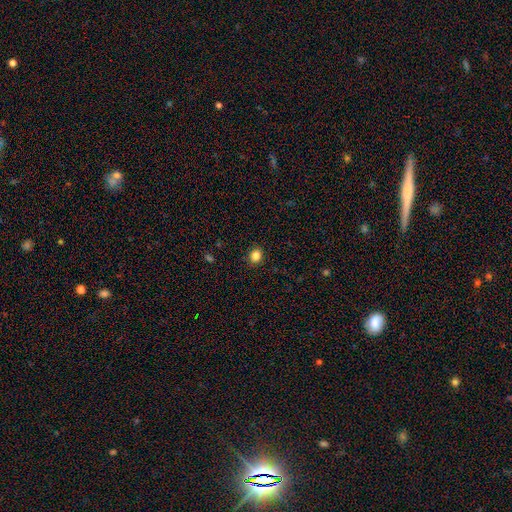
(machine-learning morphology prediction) A smooth galaxy with no disk features (84%) that is round (63%). Merging: none (90%).